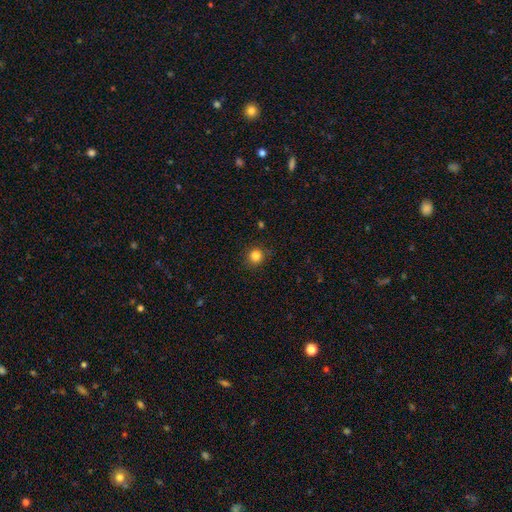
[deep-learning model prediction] A smooth galaxy with no disk features (84%) that is round (92%). Merging: none (89%).